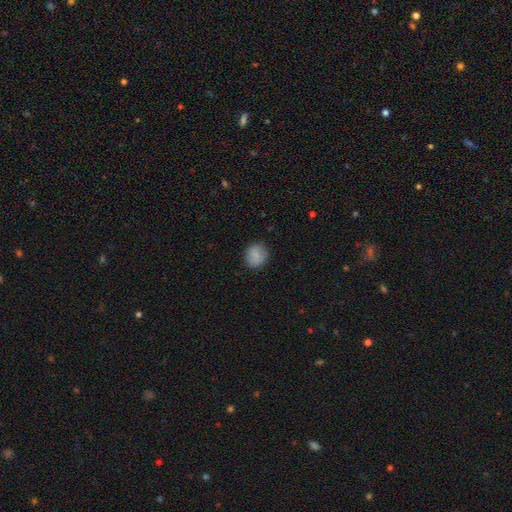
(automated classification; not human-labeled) Smooth or featured?
  - smooth: 84% *
  - featured or disk: 8%
  - star or artifact: 8%
How rounded?
  - round: 78% *
  - in between: 21%
  - cigar-shaped: 1%
Merging?
  - none: 87% *
  - minor disturbance: 10%
  - major disturbance: 3%
  - merger: 1%